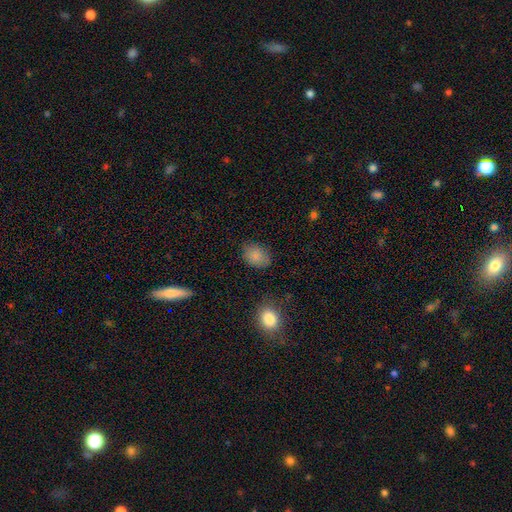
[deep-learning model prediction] Smooth or featured? smooth (86%)
How rounded? in between (74%)
Merging? none (77%)